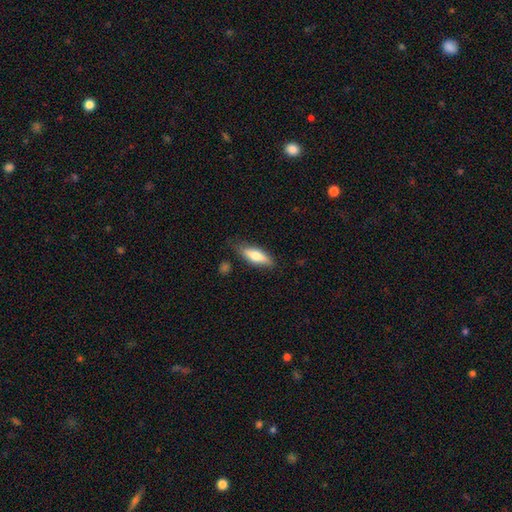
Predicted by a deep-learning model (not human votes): A smooth galaxy with no disk features (67%) that is in between round and cigar-shaped (52%). Merging: none (77%).